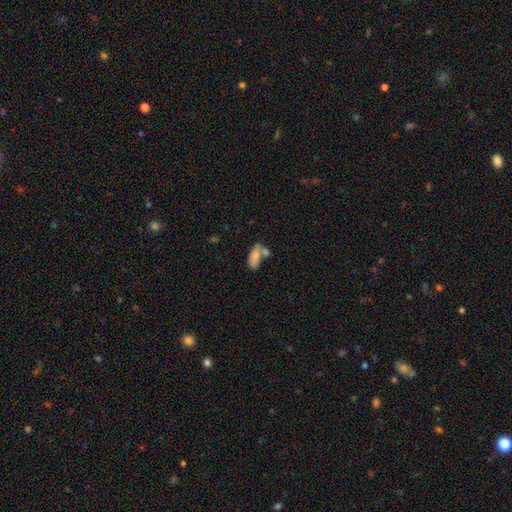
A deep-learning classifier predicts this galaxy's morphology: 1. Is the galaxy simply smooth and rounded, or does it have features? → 78% smooth, 14% featured or disk, 8% star or artifact.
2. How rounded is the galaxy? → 85% in between, 12% cigar-shaped, 3% round.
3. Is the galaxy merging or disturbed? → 43% merger, 37% none, 14% minor disturbance, 6% major disturbance.